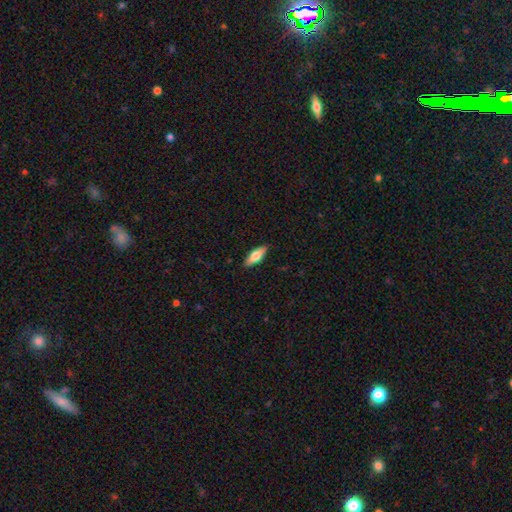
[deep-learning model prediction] Smooth or featured? smooth (63%)
How rounded? in between (62%)
Merging? none (89%)